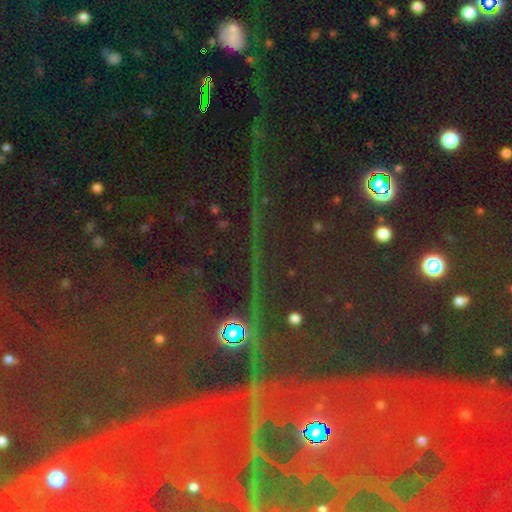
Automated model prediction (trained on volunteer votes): Q: Smooth or featured?
A: star or artifact (81%); runner-up: featured or disk (10%)